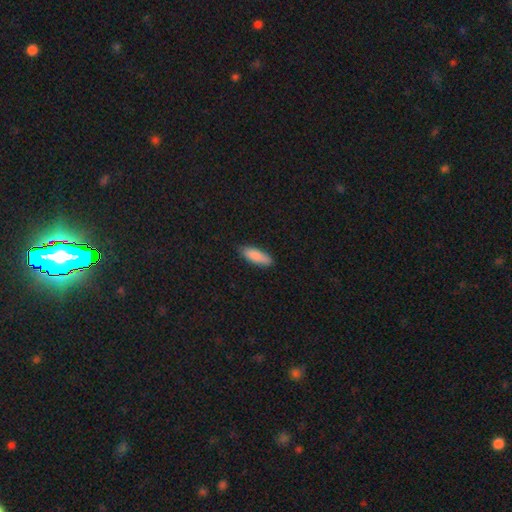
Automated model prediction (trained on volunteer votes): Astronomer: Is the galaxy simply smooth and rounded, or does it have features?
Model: smooth — 87%.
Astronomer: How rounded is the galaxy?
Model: in between — 60% (runner-up: cigar-shaped, 39%).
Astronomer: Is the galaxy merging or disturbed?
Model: none — 85%.